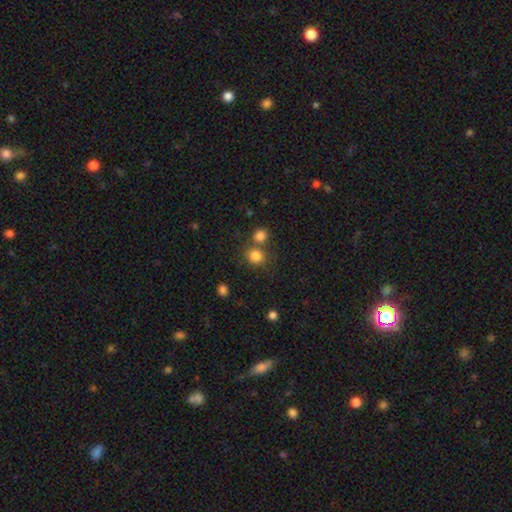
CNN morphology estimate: This appears to be a smooth galaxy with no disk features (82%) that is round (73%). Merging: none (61%).